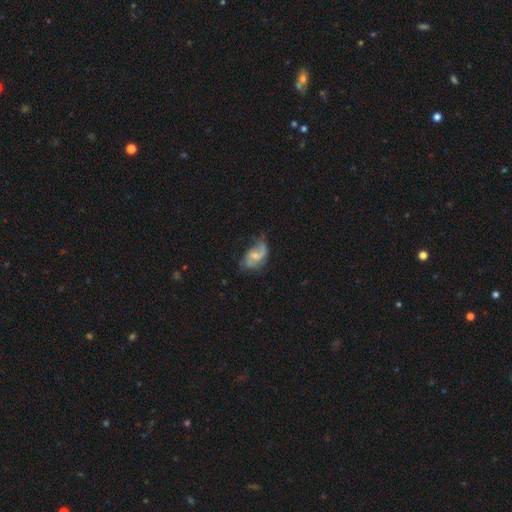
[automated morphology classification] Q: Smooth or featured?
A: featured or disk (68%); runner-up: smooth (25%)
Q: Edge-on disk?
A: no (97%); runner-up: yes (3%)
Q: Bar?
A: no (47%); runner-up: weak (44%)
Q: Spiral arms?
A: yes (84%); runner-up: no (16%)
Q: Spiral winding?
A: loose (55%); runner-up: medium (33%)
Q: Spiral arm count?
A: 2 (71%); runner-up: 1 (14%)
Q: Bulge size?
A: small (48%); runner-up: moderate (39%)
Q: Merging?
A: none (45%); runner-up: minor disturbance (31%)